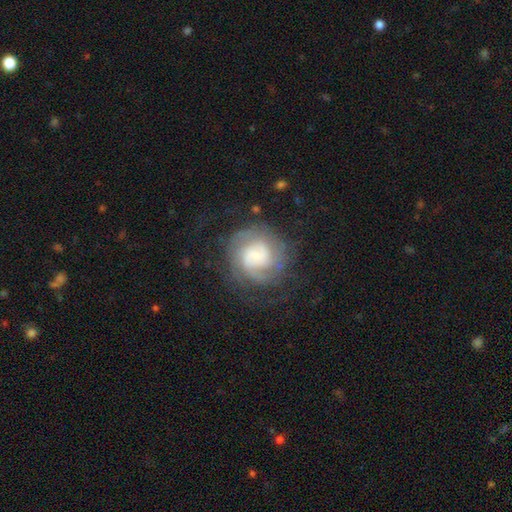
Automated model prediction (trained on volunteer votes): This is likely a featured or disk galaxy (73%). It is clearly not viewed edge-on (98%). Bar: possibly no (55%). Spiral arm pattern: clearly yes (93%). Spiral arm count: marginally 2 (43%). Spiral winding: possibly tight (50%). Central bulge: possibly small (48%). Merging: likely none (67%).